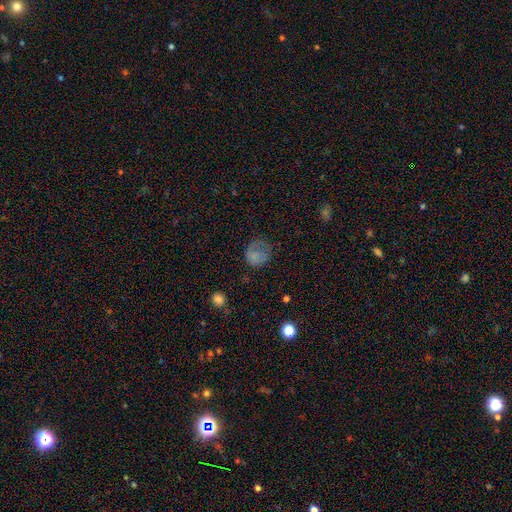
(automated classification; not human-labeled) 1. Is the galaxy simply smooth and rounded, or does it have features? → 70% smooth, 15% featured or disk, 15% star or artifact.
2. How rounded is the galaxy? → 73% round, 26% in between, 1% cigar-shaped.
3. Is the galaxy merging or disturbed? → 46% none, 28% minor disturbance, 24% major disturbance, 2% merger.